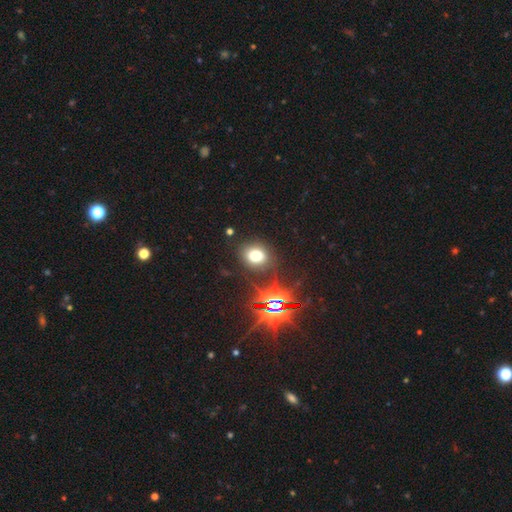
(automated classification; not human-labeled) Q: Smooth or featured?
A: smooth (66%); runner-up: star or artifact (26%)
Q: How rounded?
A: round (57%); runner-up: in between (41%)
Q: Merging?
A: none (82%); runner-up: minor disturbance (11%)